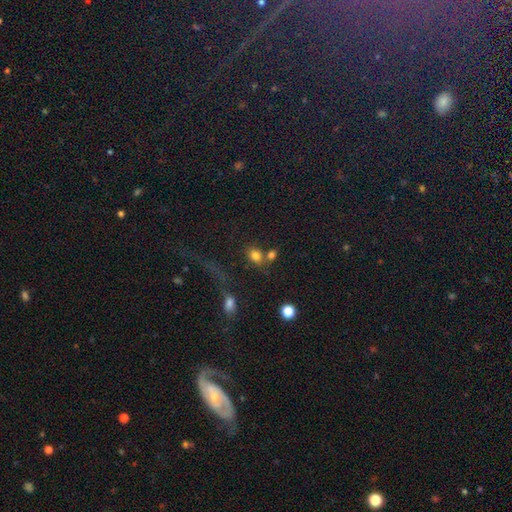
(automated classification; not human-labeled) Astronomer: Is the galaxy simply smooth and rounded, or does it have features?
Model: smooth — 80%.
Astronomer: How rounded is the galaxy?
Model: in between — 52% (runner-up: round, 46%).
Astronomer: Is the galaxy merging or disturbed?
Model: none — 52% (runner-up: merger, 31%).